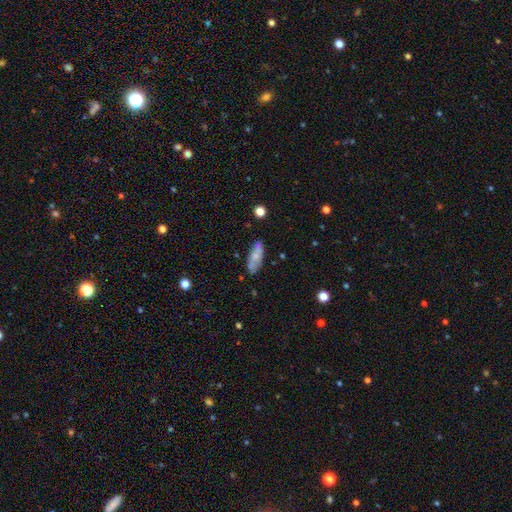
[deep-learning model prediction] Q: Smooth or featured?
A: smooth (66%); runner-up: featured or disk (27%)
Q: How rounded?
A: in between (68%); runner-up: cigar-shaped (29%)
Q: Merging?
A: none (75%); runner-up: minor disturbance (18%)